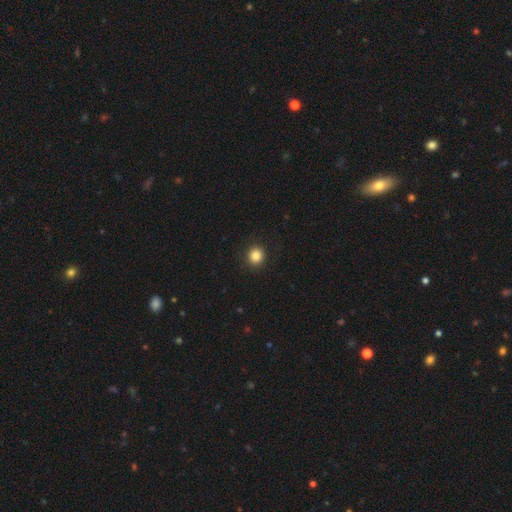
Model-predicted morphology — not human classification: A smooth galaxy with no disk features (86%) that is round (91%).

Vote fractions:
- Smooth or featured? smooth: 86% / star or artifact: 11% / featured or disk: 4%
- How rounded? round: 91% / in between: 8% / cigar-shaped: 1%
- Merging? none: 92% / minor disturbance: 5% / major disturbance: 2% / merger: 1%